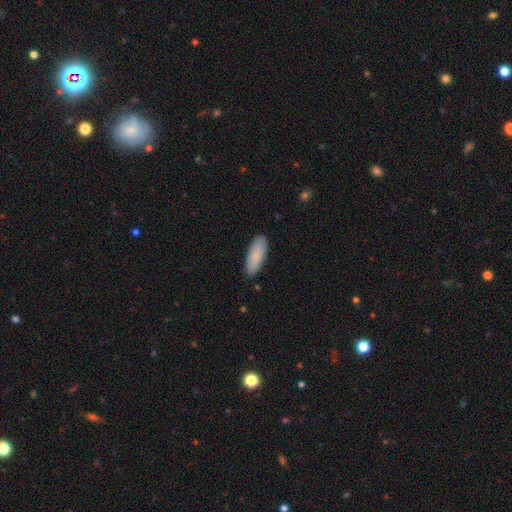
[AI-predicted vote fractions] A smooth galaxy with no disk features (86%) that is in between round and cigar-shaped (68%).

Vote fractions:
- Smooth or featured? smooth: 86% / featured or disk: 8% / star or artifact: 6%
- How rounded? in between: 68% / cigar-shaped: 31% / round: 2%
- Merging? none: 86% / minor disturbance: 11% / major disturbance: 2% / merger: 1%